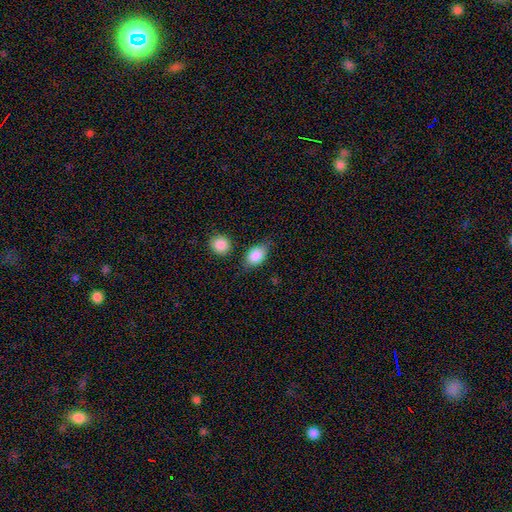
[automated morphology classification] This appears to be a smooth galaxy with no disk features (84%) that is in between round and cigar-shaped (81%). Merging: none (68%).